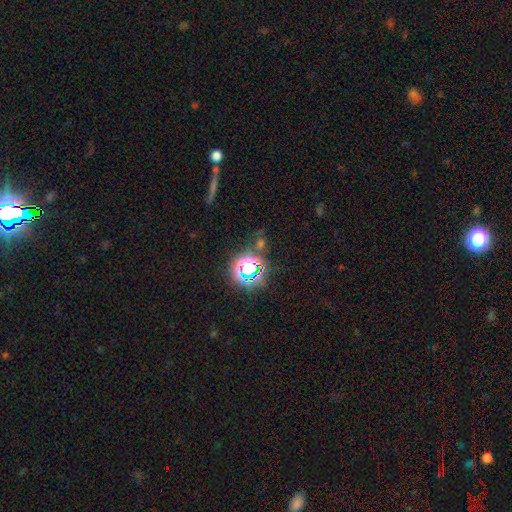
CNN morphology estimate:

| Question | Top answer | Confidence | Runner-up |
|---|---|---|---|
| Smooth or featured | star or artifact | 64% | smooth (26%) |